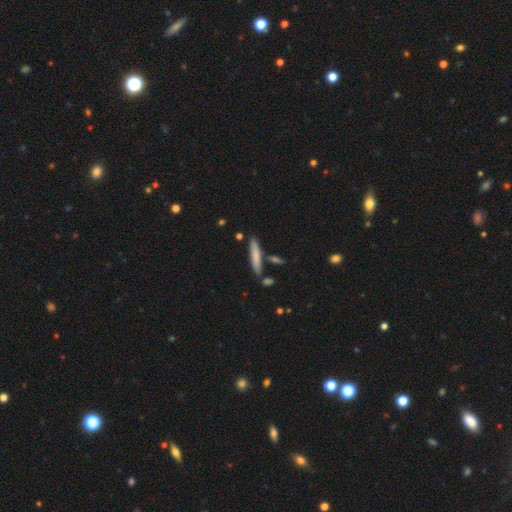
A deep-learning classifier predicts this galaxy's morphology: Q: Smooth or featured?
A: smooth (76%); runner-up: featured or disk (18%)
Q: How rounded?
A: cigar-shaped (90%); runner-up: in between (8%)
Q: Merging?
A: none (82%); runner-up: minor disturbance (10%)